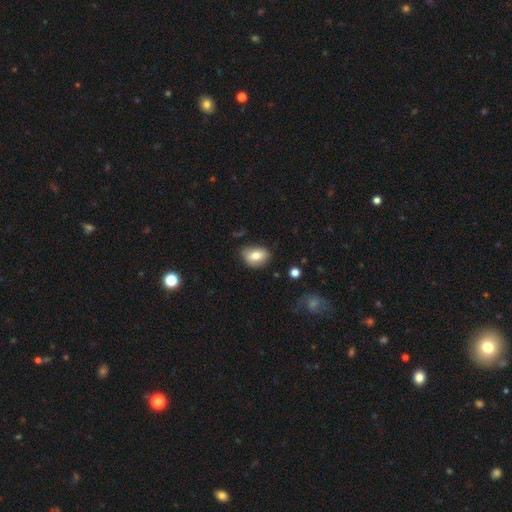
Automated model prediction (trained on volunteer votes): The model was most divided on "merging": none: 70%, minor disturbance: 24%, major disturbance: 5%, merger: 2%. More confident: smooth or featured — smooth (75%); how rounded — in between (74%).